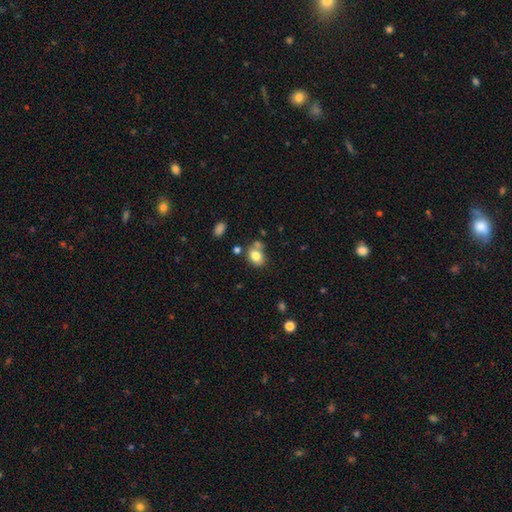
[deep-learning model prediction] A smooth galaxy with no disk features (80%) that is in between round and cigar-shaped (56%). Merging: none (57%).